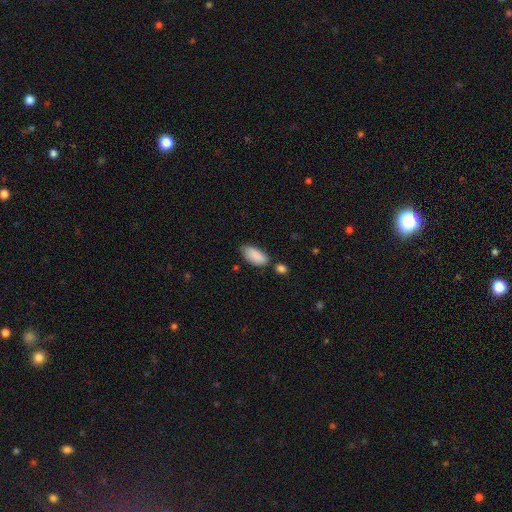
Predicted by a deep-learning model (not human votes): This is clearly a smooth galaxy (88%). How rounded: clearly in between (90%). Merging: possibly none (60%).